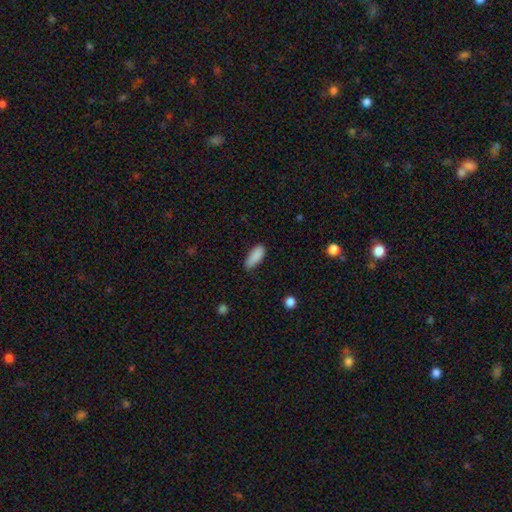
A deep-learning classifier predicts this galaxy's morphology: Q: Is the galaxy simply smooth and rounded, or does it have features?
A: smooth — 88%.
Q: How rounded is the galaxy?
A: in between — 76%.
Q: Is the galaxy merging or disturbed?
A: none — 69%.